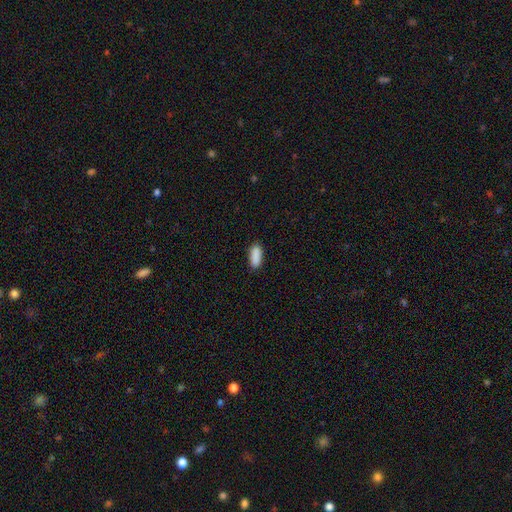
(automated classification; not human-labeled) A smooth galaxy with no disk features (90%) that is in between round and cigar-shaped (82%). Merging: none (88%).